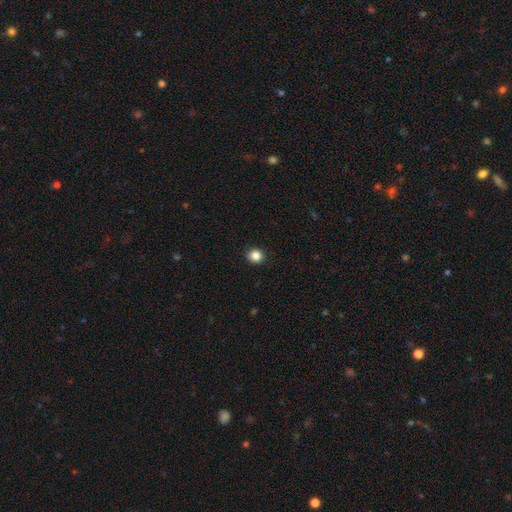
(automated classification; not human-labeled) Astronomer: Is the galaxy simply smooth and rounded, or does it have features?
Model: smooth — 86%.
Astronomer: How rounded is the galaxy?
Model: round — 87%.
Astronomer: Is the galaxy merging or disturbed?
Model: none — 91%.